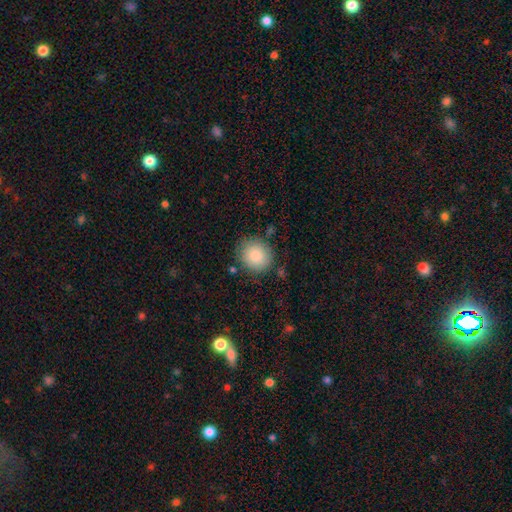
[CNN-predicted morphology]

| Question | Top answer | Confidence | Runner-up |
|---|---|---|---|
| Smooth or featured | smooth | 85% | star or artifact (8%) |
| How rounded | round | 85% | in between (14%) |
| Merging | none | 83% | minor disturbance (12%) |